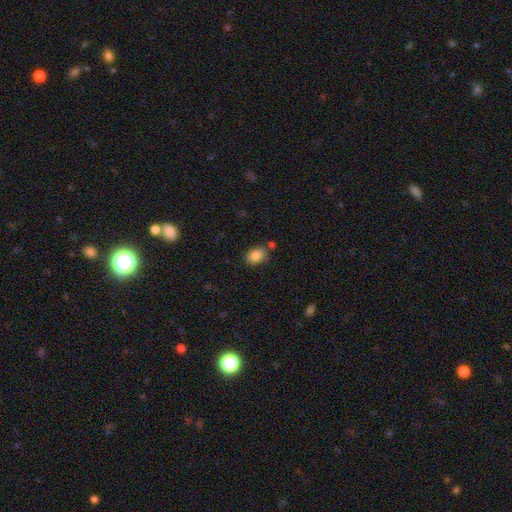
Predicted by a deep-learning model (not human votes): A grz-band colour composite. It shows a smooth galaxy with no disk features (86%) that is in between round and cigar-shaped (71%). Merging: none (72%).